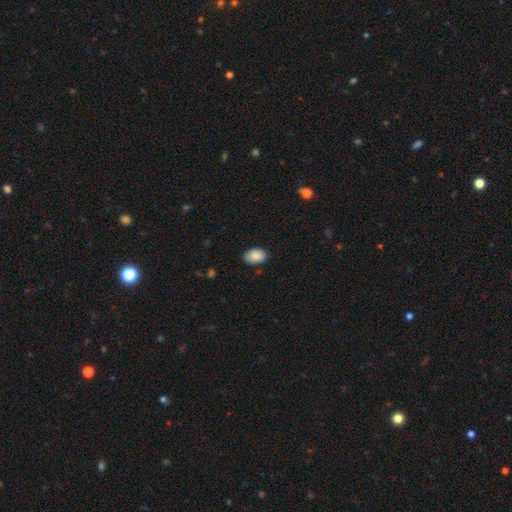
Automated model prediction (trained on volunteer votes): smooth 89%, star or artifact 7%, featured or disk 5%. Down the decision tree: how rounded — in between (89%); merging — none (82%).